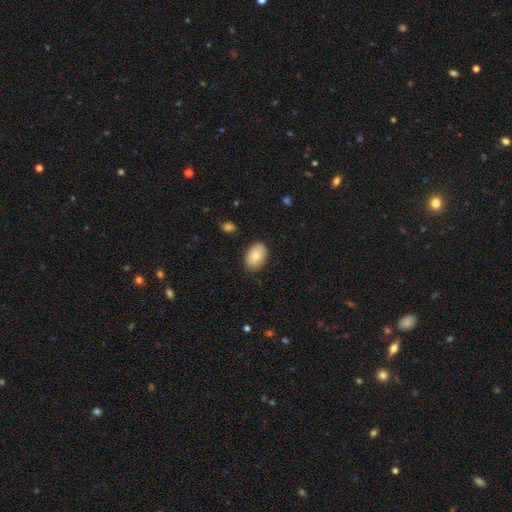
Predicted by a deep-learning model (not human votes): Smooth or featured?
  - smooth: 79% *
  - featured or disk: 14%
  - star or artifact: 7%
How rounded?
  - in between: 87% *
  - round: 12%
  - cigar-shaped: 1%
Merging?
  - none: 85% *
  - minor disturbance: 12%
  - major disturbance: 2%
  - merger: 1%